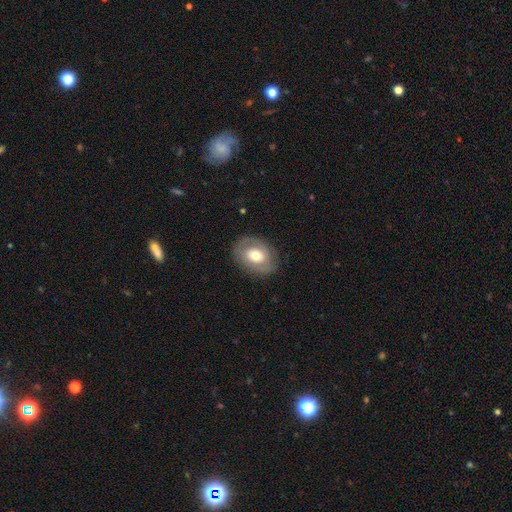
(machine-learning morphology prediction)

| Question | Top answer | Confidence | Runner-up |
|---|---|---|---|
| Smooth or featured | smooth | 48% | featured or disk (45%) |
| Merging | none | 80% | minor disturbance (13%) |